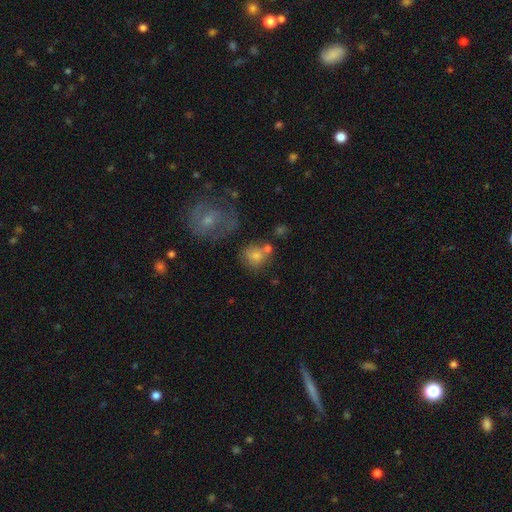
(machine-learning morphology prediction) Q: Smooth or featured?
A: smooth (73%); runner-up: featured or disk (16%)
Q: How rounded?
A: round (78%); runner-up: in between (21%)
Q: Merging?
A: none (51%); runner-up: merger (24%)